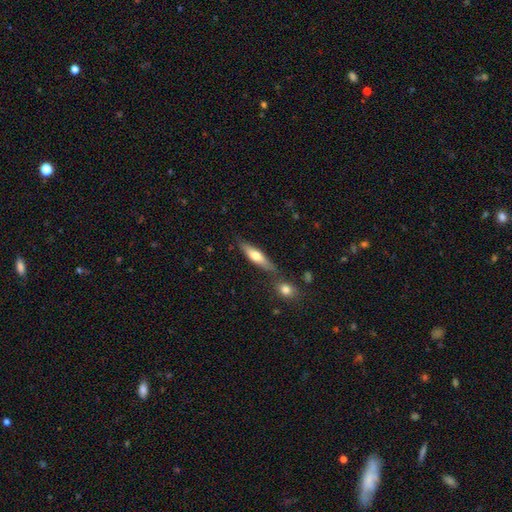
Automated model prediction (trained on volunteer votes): This is possibly a smooth galaxy (57%). How rounded: likely cigar-shaped (70%). Merging: likely none (70%).